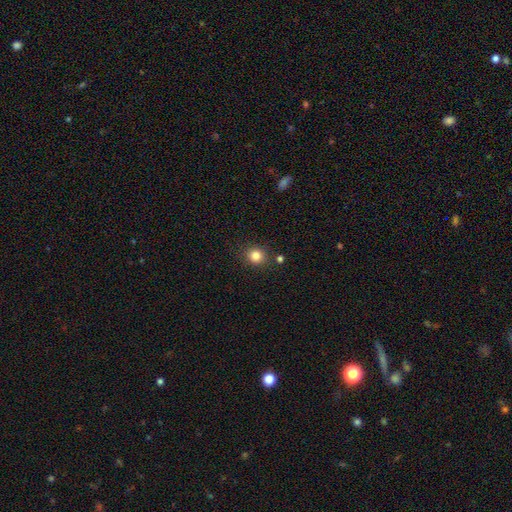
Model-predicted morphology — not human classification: type=smooth (84%); roundness=round (84%); merging=none (85%).